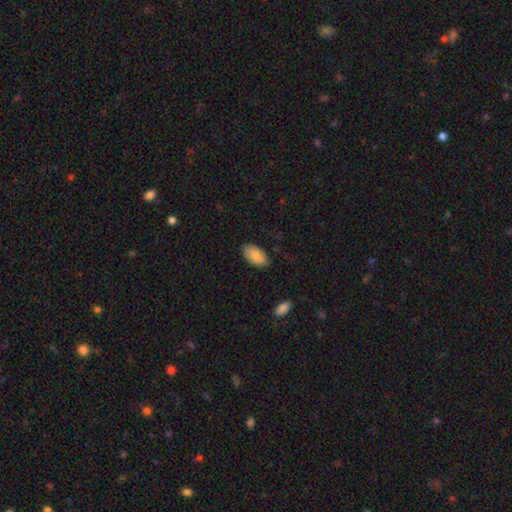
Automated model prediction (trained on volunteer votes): Smooth or featured? smooth (87%)
How rounded? in between (95%)
Merging? none (80%)